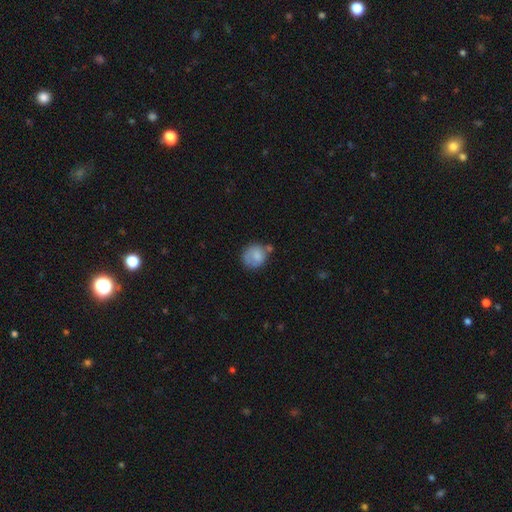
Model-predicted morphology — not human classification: The model was most divided on "merging": none: 53%, minor disturbance: 25%, merger: 13%, major disturbance: 9%. More confident: how rounded — round (78%); smooth or featured — smooth (77%).